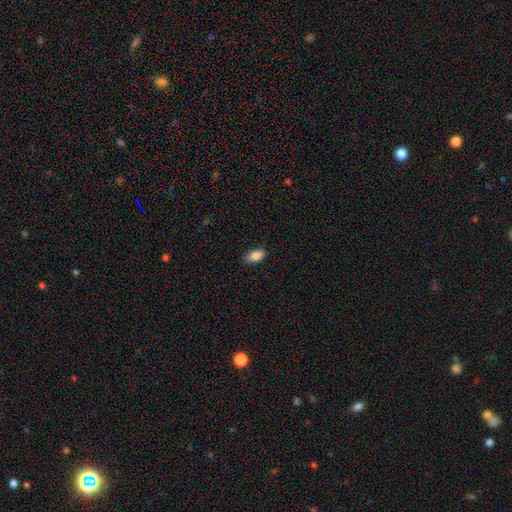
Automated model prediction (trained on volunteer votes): smooth_or_featured: smooth (p=0.87) [alt: star or artifact p=0.08]
how_rounded: in between (p=0.91) [alt: round p=0.05]
merging: none (p=0.82) [alt: minor disturbance p=0.15]